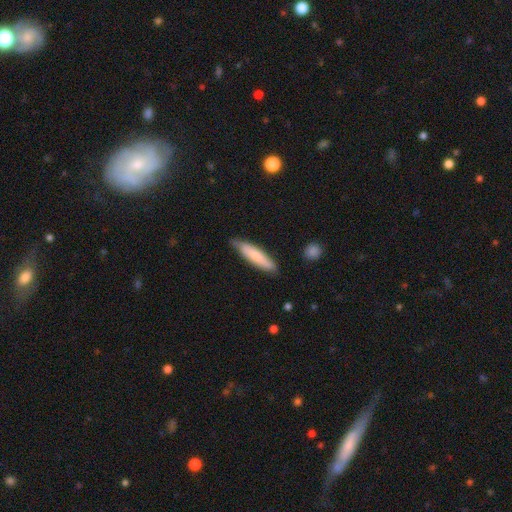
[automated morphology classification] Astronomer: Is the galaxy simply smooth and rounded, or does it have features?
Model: smooth — 75%.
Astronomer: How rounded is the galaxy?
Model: cigar-shaped — 79%.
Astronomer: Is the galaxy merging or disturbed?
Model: none — 77%.